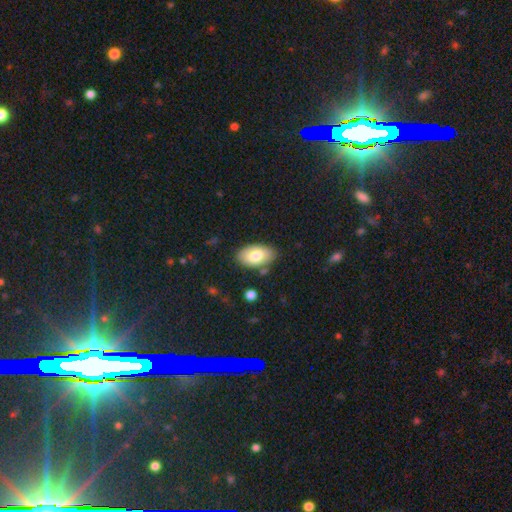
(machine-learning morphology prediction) Smooth or featured?
  - smooth: 78% *
  - featured or disk: 16%
  - star or artifact: 6%
How rounded?
  - in between: 94% *
  - round: 5%
  - cigar-shaped: 1%
Merging?
  - none: 82% *
  - minor disturbance: 12%
  - merger: 3%
  - major disturbance: 3%